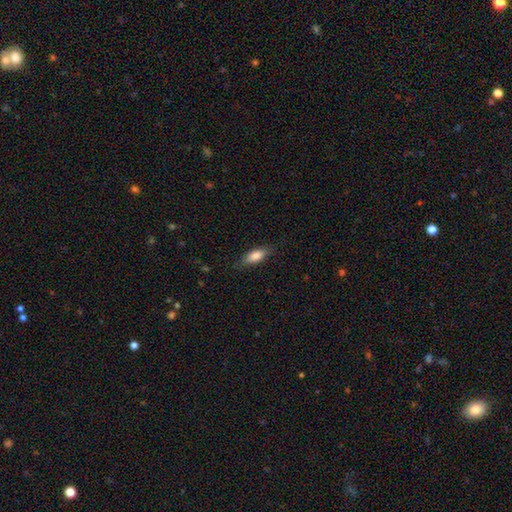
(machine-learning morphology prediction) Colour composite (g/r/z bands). It shows a smooth galaxy with no disk features (81%) that is in between round and cigar-shaped (72%). Merging: none (80%).